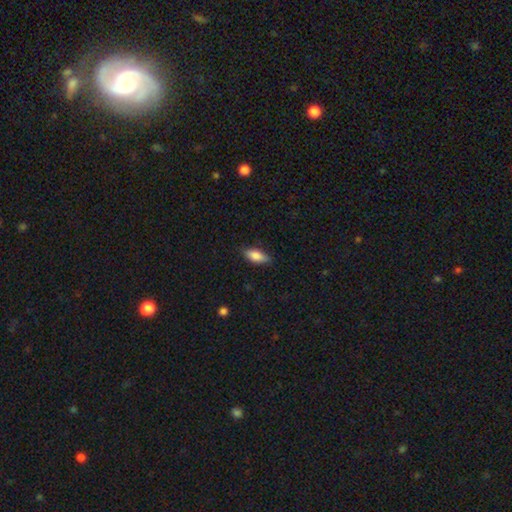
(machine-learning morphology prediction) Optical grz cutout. It shows a smooth galaxy with no disk features (82%) that is in between round and cigar-shaped (79%). Merging: none (83%).